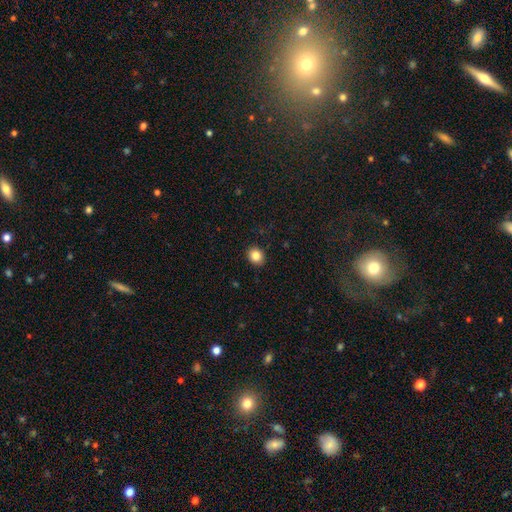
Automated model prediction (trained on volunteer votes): smooth-or-featured: smooth: 85% | star or artifact: 10% | featured or disk: 5%
  how-rounded: round: 67% | in between: 33% | cigar-shaped: 1%
  merging: none: 90% | minor disturbance: 7% | major disturbance: 2% | merger: 1%